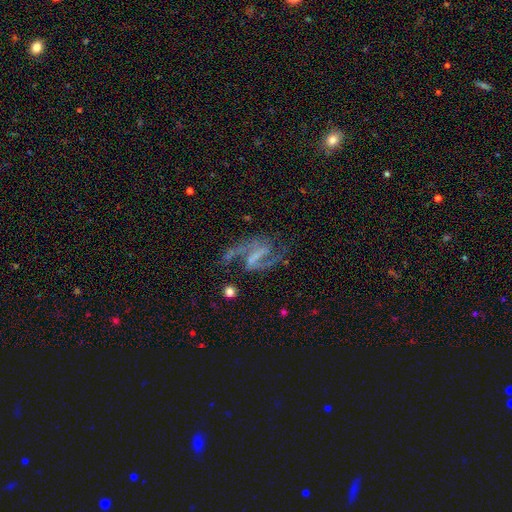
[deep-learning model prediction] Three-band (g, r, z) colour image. It shows a featured or disk galaxy (88%) with a strong bar (51%), 2 (92%) medium (48%) spiral arms (96%) and no central bulge (54%). Merging: none (63%).